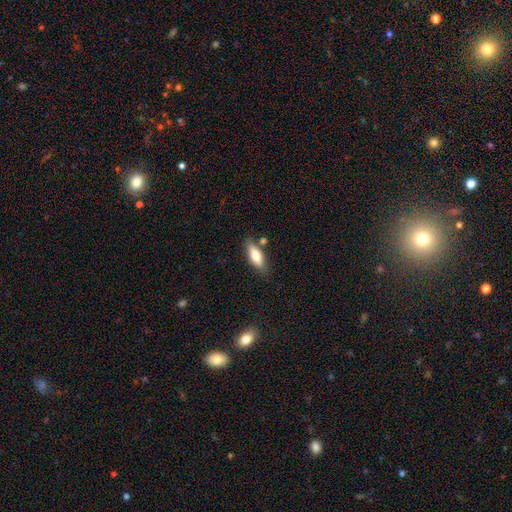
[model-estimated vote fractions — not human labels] Smooth or featured? Predicted: smooth (p=0.78). How rounded? Predicted: in between (p=0.69). Merging? Predicted: none (p=0.75).